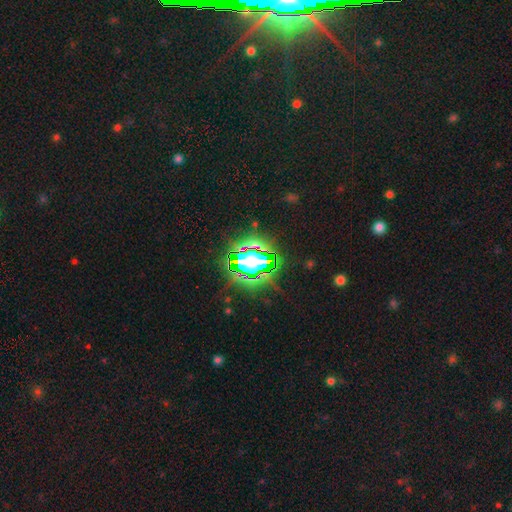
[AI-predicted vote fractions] smooth-or-featured: star or artifact: 78% | smooth: 13% | featured or disk: 10%